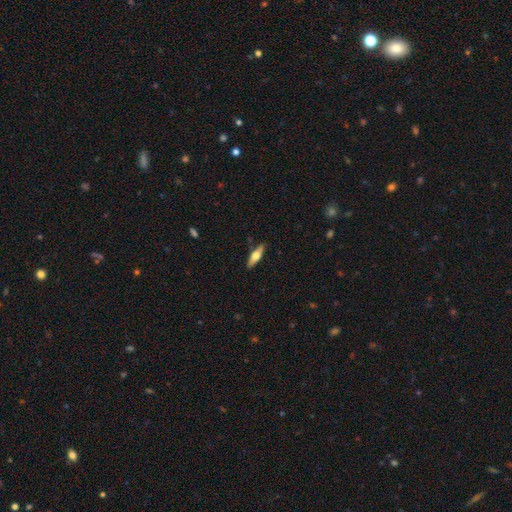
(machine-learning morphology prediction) Smooth or featured: featured or disk — 48% (smooth — 47%)
Merging: none — 89% (minor disturbance — 8%)